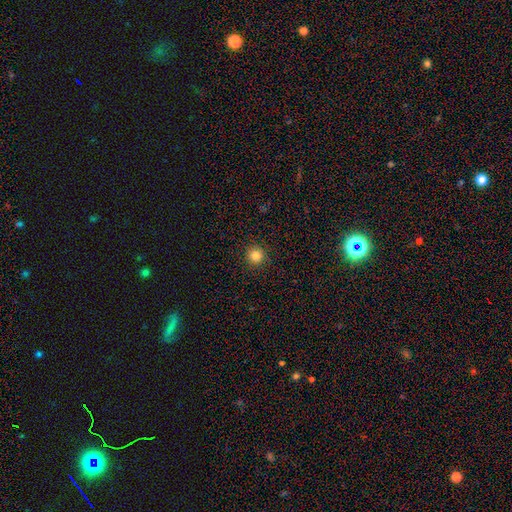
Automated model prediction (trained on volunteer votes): A smooth galaxy with no disk features (83%) that is round (96%). Merging: none (93%).